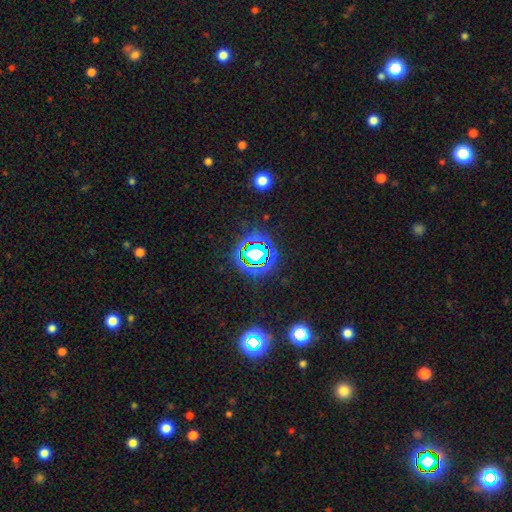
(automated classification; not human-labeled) Smooth or featured? Predicted: star or artifact (p=0.71).